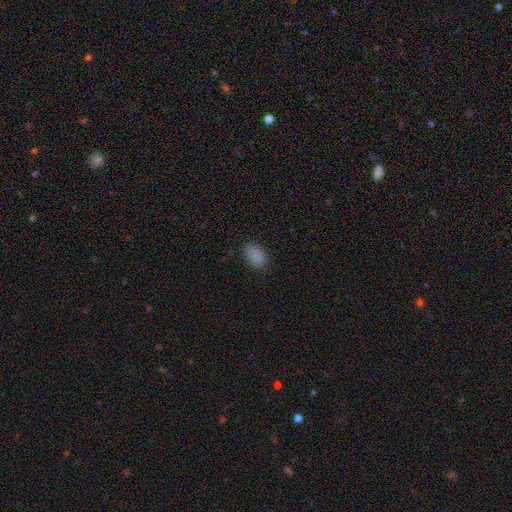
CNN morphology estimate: Smooth or featured?
  - smooth: 87% *
  - star or artifact: 10%
  - featured or disk: 4%
How rounded?
  - in between: 89% *
  - round: 9%
  - cigar-shaped: 2%
Merging?
  - none: 83% *
  - minor disturbance: 13%
  - major disturbance: 3%
  - merger: 1%